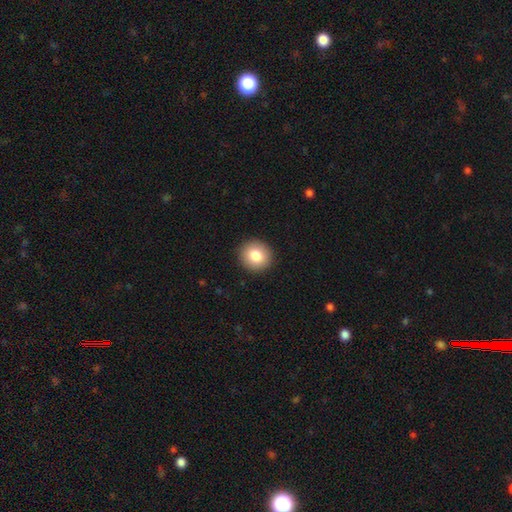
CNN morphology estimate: Q: Smooth or featured?
A: smooth (83%); runner-up: featured or disk (9%)
Q: How rounded?
A: round (89%); runner-up: in between (10%)
Q: Merging?
A: none (92%); runner-up: minor disturbance (5%)